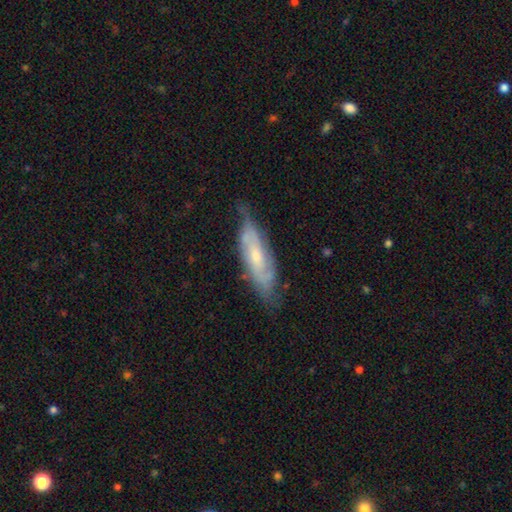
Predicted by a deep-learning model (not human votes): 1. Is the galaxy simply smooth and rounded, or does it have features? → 69% featured or disk, 24% smooth, 6% star or artifact.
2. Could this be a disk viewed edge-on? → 75% no, 25% yes.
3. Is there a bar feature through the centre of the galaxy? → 58% no, 34% weak, 8% strong.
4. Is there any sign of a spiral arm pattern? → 86% yes, 14% no.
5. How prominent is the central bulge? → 50% small, 44% moderate, 3% none, 2% large, 1% dominant.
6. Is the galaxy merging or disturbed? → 64% none, 27% minor disturbance, 7% major disturbance, 2% merger.